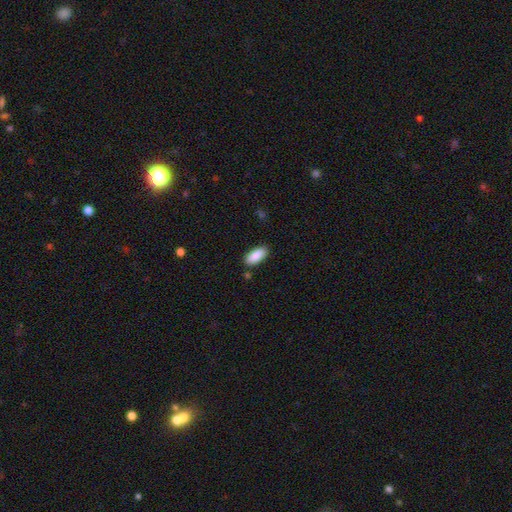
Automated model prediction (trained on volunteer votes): smooth-or-featured: smooth: 90% | star or artifact: 6% | featured or disk: 4%
  how-rounded: in between: 86% | cigar-shaped: 12% | round: 2%
  merging: none: 86% | minor disturbance: 10% | merger: 2% | major disturbance: 2%